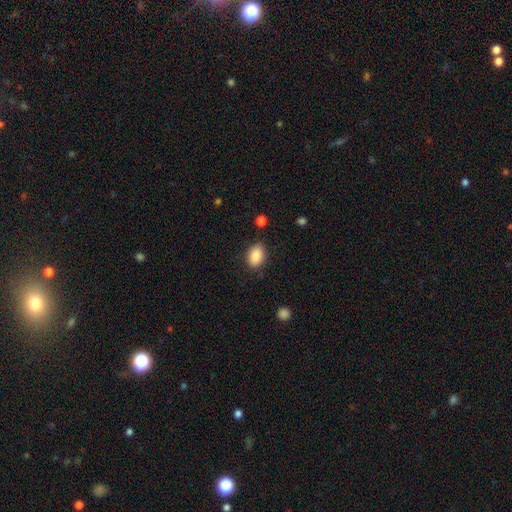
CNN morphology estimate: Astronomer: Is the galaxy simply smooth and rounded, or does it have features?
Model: smooth — 87%.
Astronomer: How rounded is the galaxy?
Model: in between — 82%.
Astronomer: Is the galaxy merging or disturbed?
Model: none — 83%.